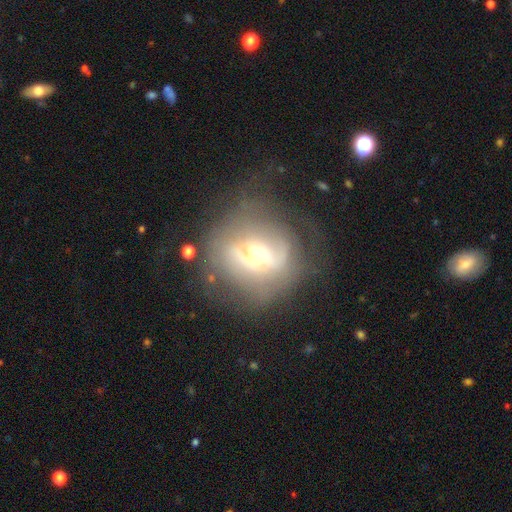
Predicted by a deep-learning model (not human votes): Smooth or featured: featured or disk — 61% (smooth — 28%)
Edge-on disk: no — 89% (yes — 11%)
Bar: no — 42% (weak — 33%)
Spiral arms: no — 57% (yes — 43%)
Bulge size: moderate — 60% (small — 27%)
Merging: none — 53% (minor disturbance — 22%)